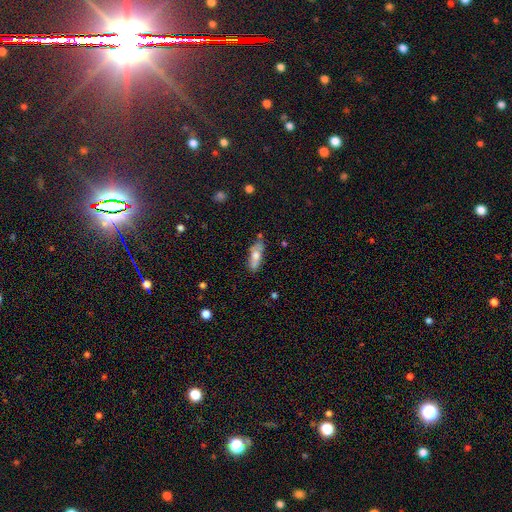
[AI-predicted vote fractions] Q: Smooth or featured?
A: smooth (62%); runner-up: featured or disk (31%)
Q: How rounded?
A: in between (65%); runner-up: cigar-shaped (32%)
Q: Merging?
A: none (65%); runner-up: minor disturbance (22%)